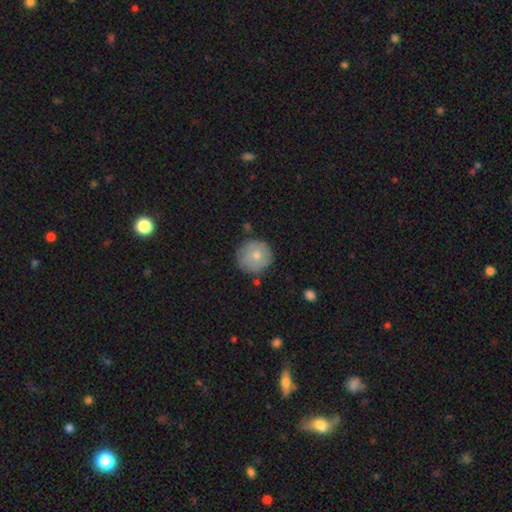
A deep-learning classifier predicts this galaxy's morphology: Smooth or featured? Predicted: smooth (p=0.73). How rounded? Predicted: round (p=0.95). Merging? Predicted: none (p=0.79).